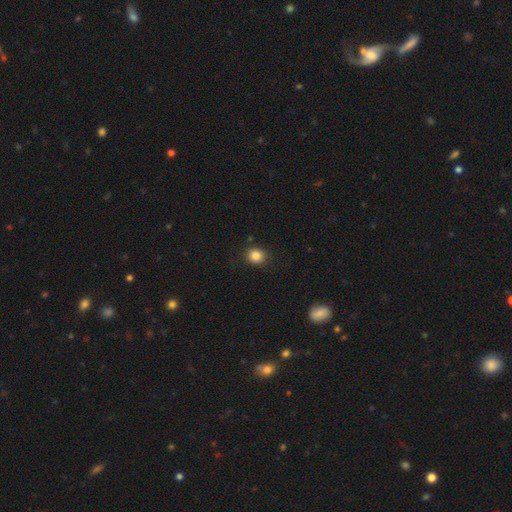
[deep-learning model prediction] A smooth galaxy with no disk features (85%) that is round (75%). Merging: none (88%).